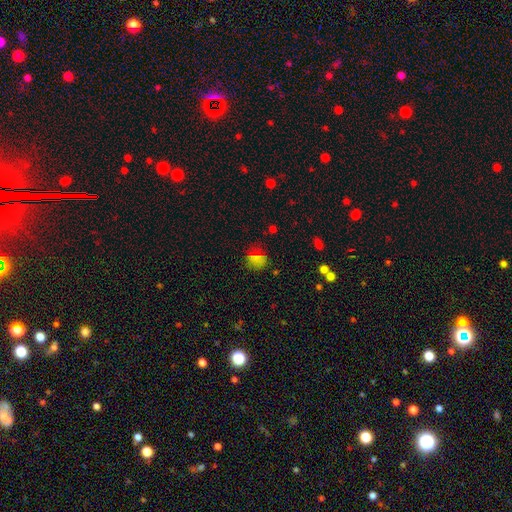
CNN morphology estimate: A smooth galaxy with no disk features (60%) that is round (63%).

Vote fractions:
- Smooth or featured? smooth: 60% / star or artifact: 28% / featured or disk: 12%
- How rounded? round: 63% / in between: 35% / cigar-shaped: 2%
- Merging? none: 73% / minor disturbance: 16% / major disturbance: 8% / merger: 3%